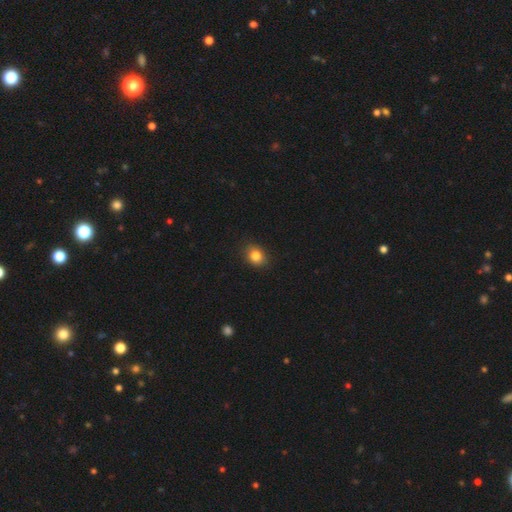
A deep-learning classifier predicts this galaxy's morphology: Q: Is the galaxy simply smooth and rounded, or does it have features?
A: smooth — 83%.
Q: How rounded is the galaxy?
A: round — 53%.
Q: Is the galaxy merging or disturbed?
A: none — 85%.